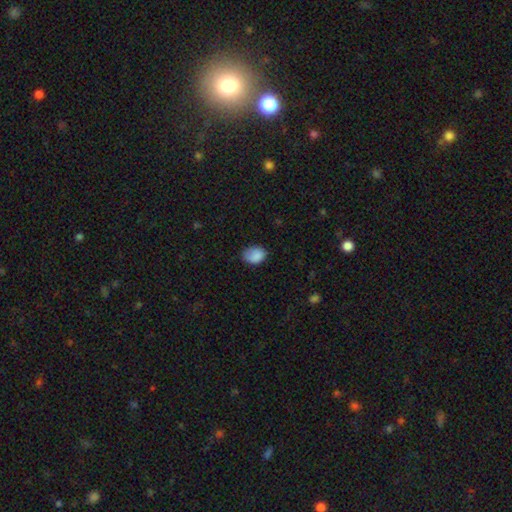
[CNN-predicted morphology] Smooth or featured?
  - smooth: 86% *
  - star or artifact: 9%
  - featured or disk: 6%
How rounded?
  - in between: 69% *
  - round: 30%
  - cigar-shaped: 1%
Merging?
  - none: 61% *
  - minor disturbance: 30%
  - major disturbance: 7%
  - merger: 2%